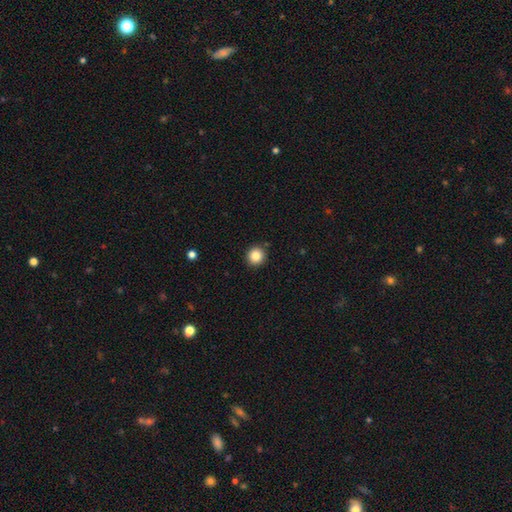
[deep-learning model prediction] Q: Smooth or featured?
A: smooth (85%); runner-up: star or artifact (10%)
Q: How rounded?
A: round (93%); runner-up: in between (6%)
Q: Merging?
A: none (90%); runner-up: minor disturbance (6%)